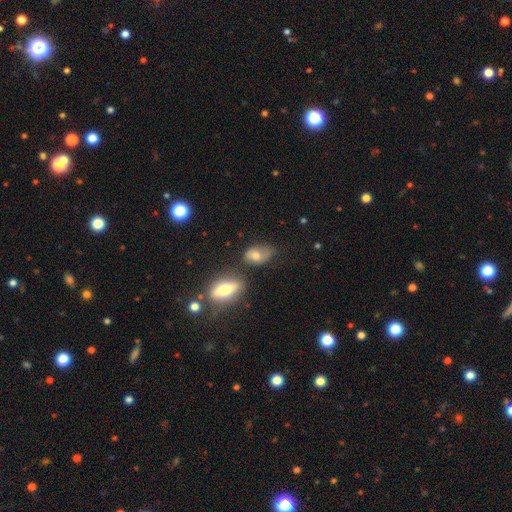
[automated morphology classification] Overall: smooth (58%; featured or disk 32%). How rounded: in between (81%). Merging: none (52%; minor disturbance 27%).